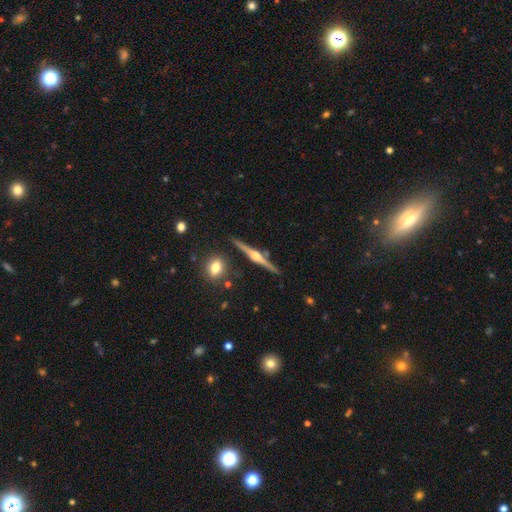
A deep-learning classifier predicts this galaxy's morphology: A featured or disk galaxy (85%) viewed edge-on (98%) with a rounded central bulge (92%).

Vote fractions:
- Smooth or featured? featured or disk: 85% / smooth: 10% / star or artifact: 6%
- Edge-on disk? yes: 98% / no: 2%
- Edge-on bulge? rounded: 92% / boxy: 6% / none: 3%
- Merging? none: 88% / minor disturbance: 7% / merger: 3% / major disturbance: 2%